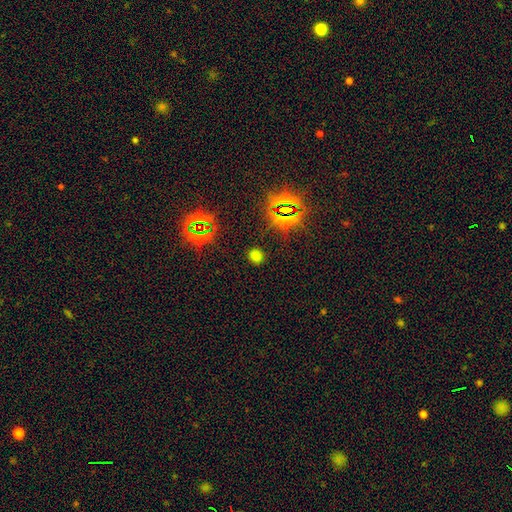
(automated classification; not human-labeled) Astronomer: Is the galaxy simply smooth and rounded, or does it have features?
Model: smooth — 61%.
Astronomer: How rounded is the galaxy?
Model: round — 77%.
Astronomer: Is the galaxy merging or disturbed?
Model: none — 86%.